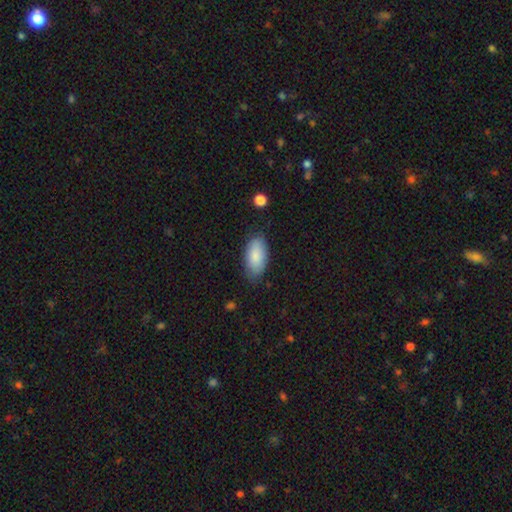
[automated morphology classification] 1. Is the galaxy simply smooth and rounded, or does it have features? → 85% smooth, 9% featured or disk, 6% star or artifact.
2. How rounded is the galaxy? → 93% in between, 4% cigar-shaped, 2% round.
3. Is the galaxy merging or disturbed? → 77% none, 18% minor disturbance, 4% major disturbance, 2% merger.